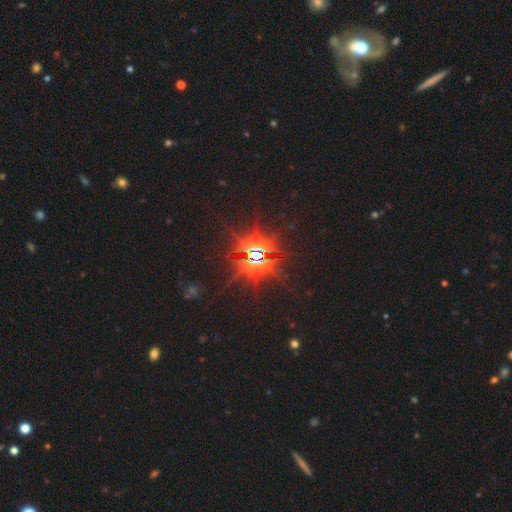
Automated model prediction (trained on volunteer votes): Q: Smooth or featured?
A: star or artifact (84%); runner-up: featured or disk (9%)